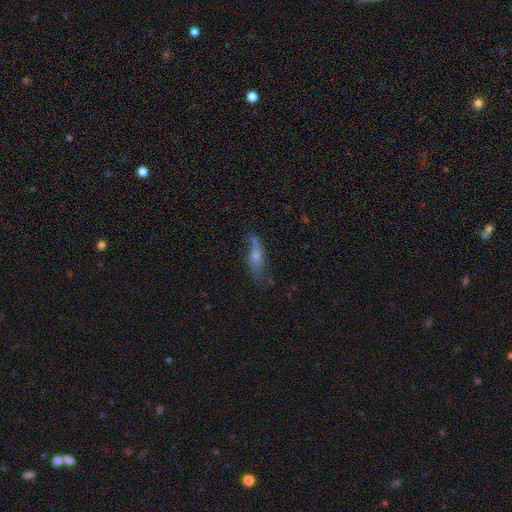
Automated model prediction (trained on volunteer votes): Q: Smooth or featured?
A: featured or disk (61%); runner-up: smooth (29%)
Q: Edge-on disk?
A: no (52%); runner-up: yes (48%)
Q: Merging?
A: none (67%); runner-up: minor disturbance (22%)